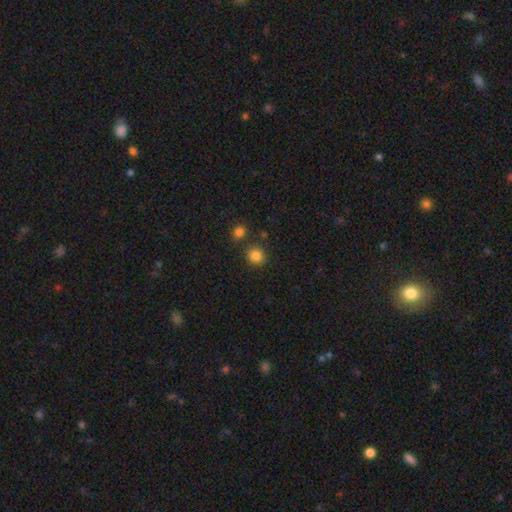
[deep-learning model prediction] Smooth or featured? smooth (84%)
How rounded? round (82%)
Merging? none (82%)